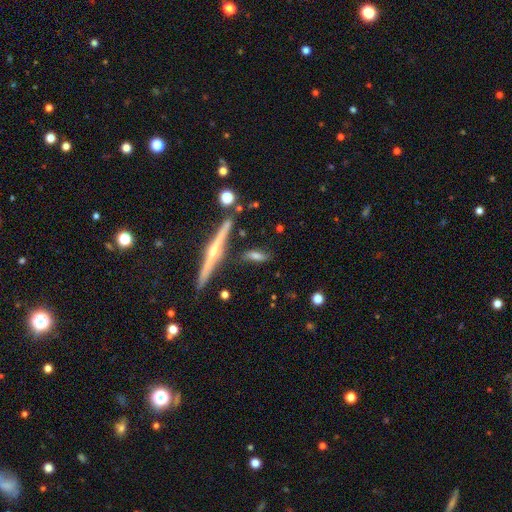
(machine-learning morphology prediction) smooth_or_featured: smooth (p=0.49) [alt: featured or disk p=0.41]
merging: none (p=0.73) [alt: minor disturbance p=0.16]